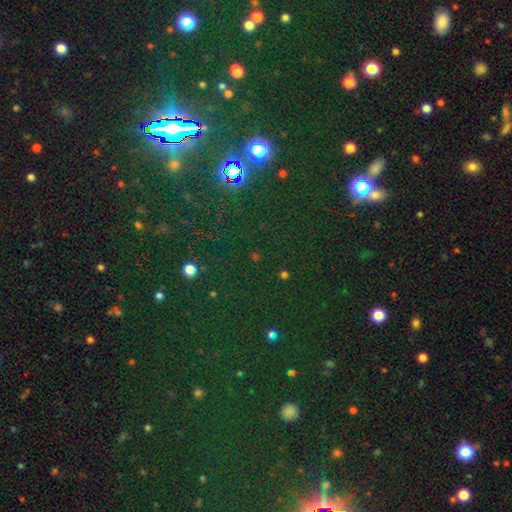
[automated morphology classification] Smooth or featured: star or artifact — 78% (smooth — 14%)